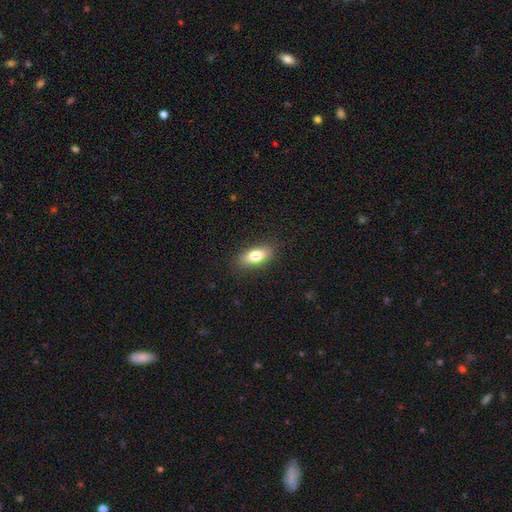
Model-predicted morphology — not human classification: A smooth galaxy with no disk features (79%) that is in between round and cigar-shaped (79%).

Vote fractions:
- Smooth or featured? smooth: 79% / featured or disk: 14% / star or artifact: 7%
- How rounded? in between: 79% / cigar-shaped: 17% / round: 4%
- Merging? none: 86% / minor disturbance: 10% / major disturbance: 3% / merger: 1%